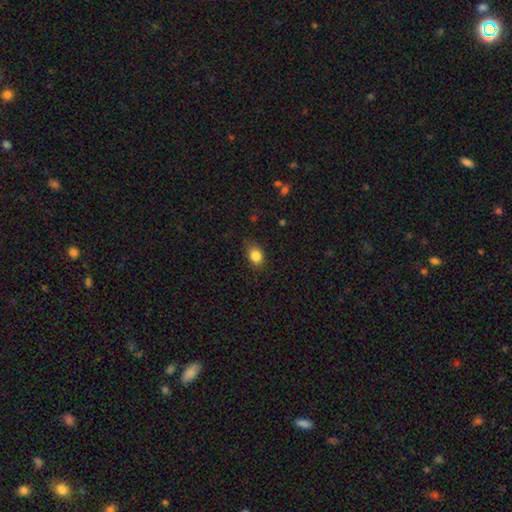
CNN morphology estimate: Overall: smooth (85%). How rounded: in between (60%; round 39%). Merging: none (80%).